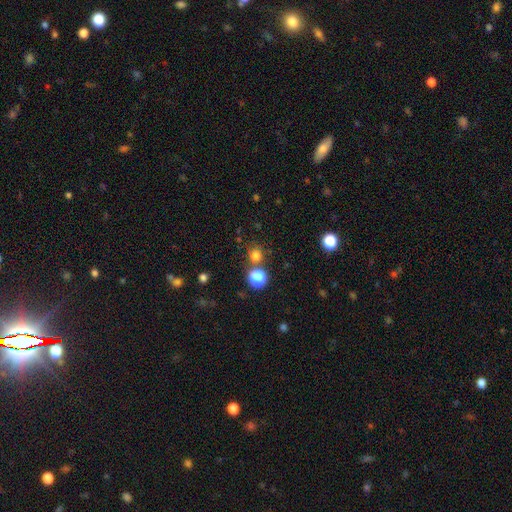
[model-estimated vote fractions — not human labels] Smooth or featured?
  - smooth: 76% *
  - star or artifact: 19%
  - featured or disk: 5%
How rounded?
  - round: 89% *
  - in between: 10%
  - cigar-shaped: 1%
Merging?
  - none: 74% *
  - merger: 15%
  - minor disturbance: 8%
  - major disturbance: 3%